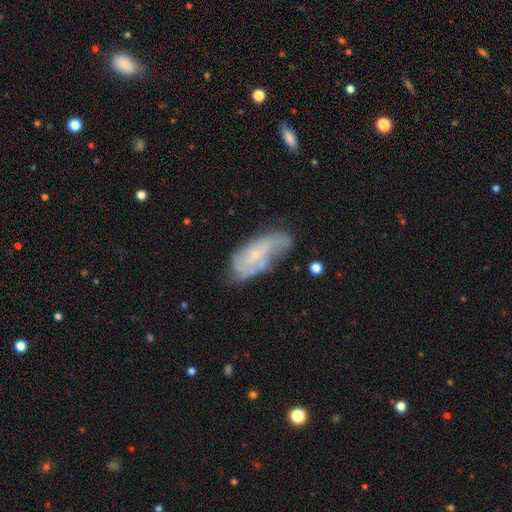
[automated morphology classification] A featured or disk galaxy (65%) with no bar (65%), spiral arms (81%) and a small central bulge (73%).

Vote fractions:
- Smooth or featured? featured or disk: 65% / smooth: 27% / star or artifact: 8%
- Edge-on disk? no: 92% / yes: 8%
- Bar? no: 65% / weak: 29% / strong: 6%
- Spiral arms? yes: 81% / no: 19%
- Bulge size? small: 73% / moderate: 14% / none: 11% / large: 1% / dominant: 1%
- Merging? none: 51% / minor disturbance: 30% / major disturbance: 15% / merger: 5%